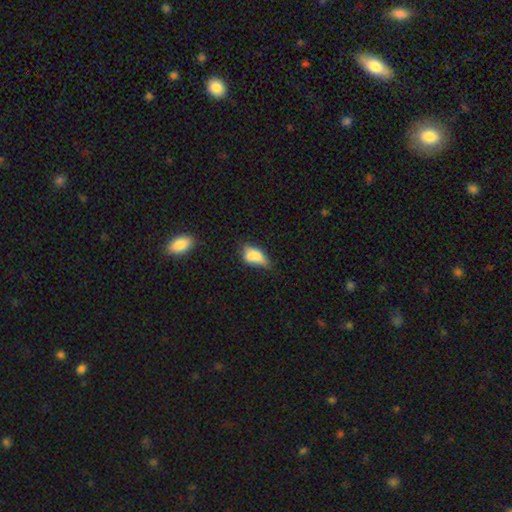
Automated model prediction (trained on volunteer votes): The model was most divided on "merging": minor disturbance: 38%, none: 35%, major disturbance: 17%, merger: 9%. More confident: how rounded — in between (85%); smooth or featured — smooth (73%).